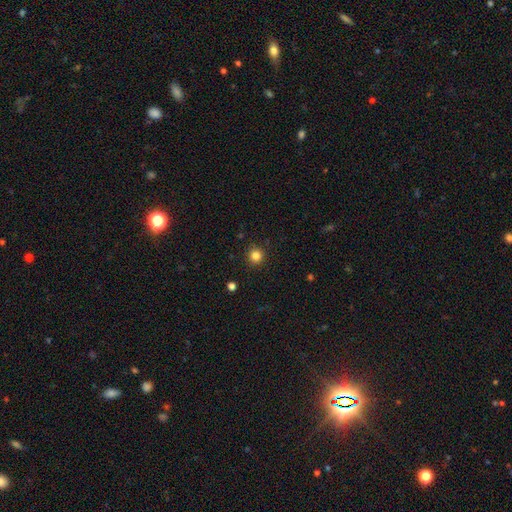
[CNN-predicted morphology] Smooth or featured? Predicted: smooth (p=0.83). How rounded? Predicted: round (p=0.95). Merging? Predicted: none (p=0.92).